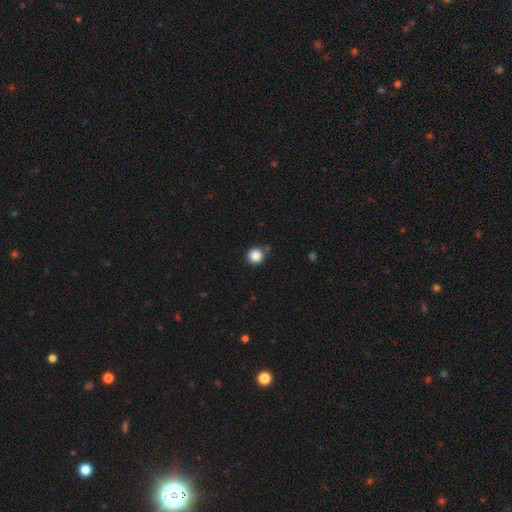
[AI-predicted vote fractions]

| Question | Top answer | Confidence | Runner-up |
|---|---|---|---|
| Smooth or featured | smooth | 85% | star or artifact (11%) |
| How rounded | round | 95% | in between (4%) |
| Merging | none | 85% | minor disturbance (8%) |